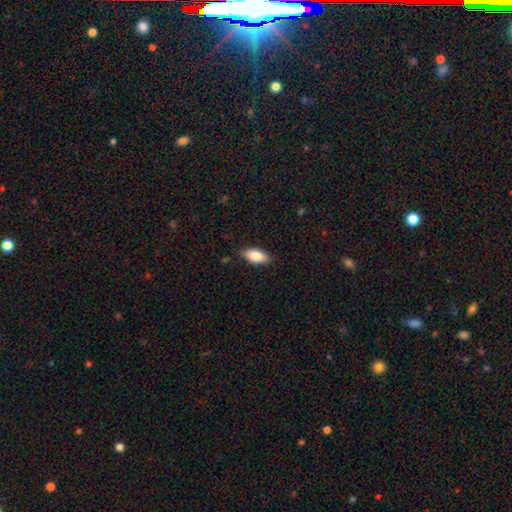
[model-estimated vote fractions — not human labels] Smooth or featured: smooth — 84% (featured or disk — 9%)
How rounded: in between — 90% (cigar-shaped — 8%)
Merging: none — 84% (minor disturbance — 12%)